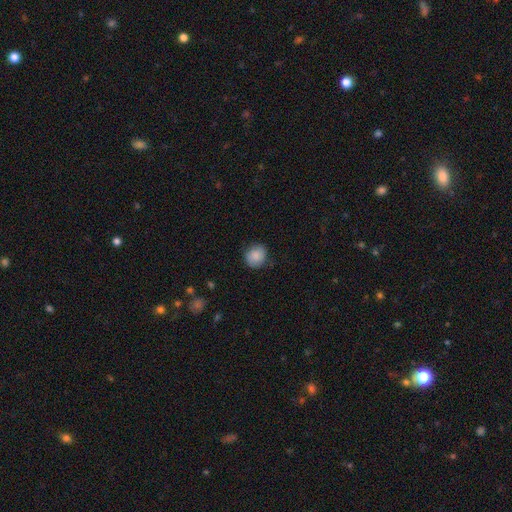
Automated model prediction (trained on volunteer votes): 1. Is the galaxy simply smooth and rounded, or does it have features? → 83% smooth, 10% featured or disk, 8% star or artifact.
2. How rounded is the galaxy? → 75% round, 24% in between, 1% cigar-shaped.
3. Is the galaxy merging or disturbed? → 77% none, 18% minor disturbance, 4% major disturbance, 1% merger.